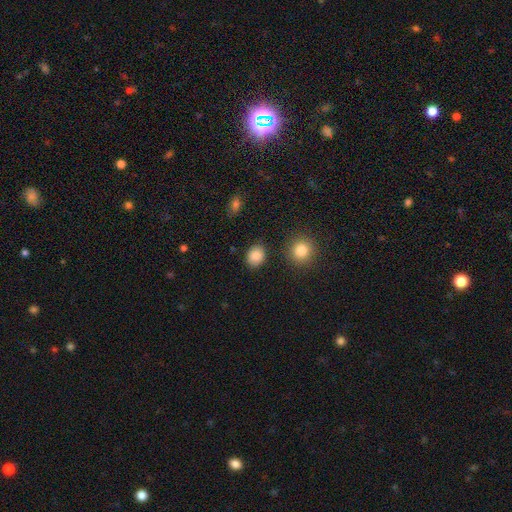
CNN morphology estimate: type=smooth (86%); roundness=round (57%); merging=none (86%).